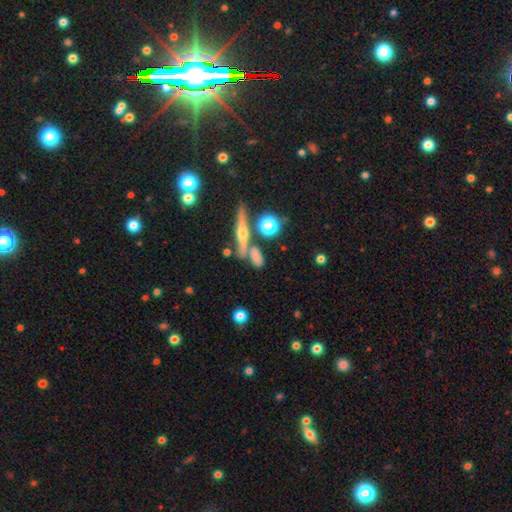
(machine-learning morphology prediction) type=smooth (55%); roundness=in between (58%); merging=none (62%).